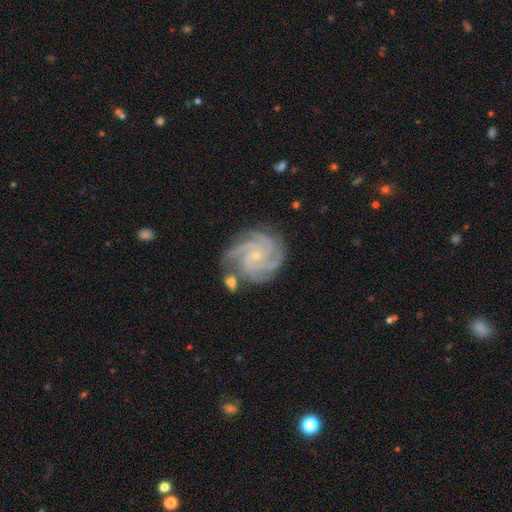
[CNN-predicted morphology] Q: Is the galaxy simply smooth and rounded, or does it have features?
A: featured or disk — 90%.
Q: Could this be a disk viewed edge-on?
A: no — 98%.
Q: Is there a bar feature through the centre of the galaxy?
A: no — 77%.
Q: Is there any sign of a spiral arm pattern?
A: yes — 98%.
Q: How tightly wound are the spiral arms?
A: tight — 68%.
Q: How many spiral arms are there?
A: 4 — 51%.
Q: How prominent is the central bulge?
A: small — 81%.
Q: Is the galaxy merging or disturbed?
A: none — 72%.